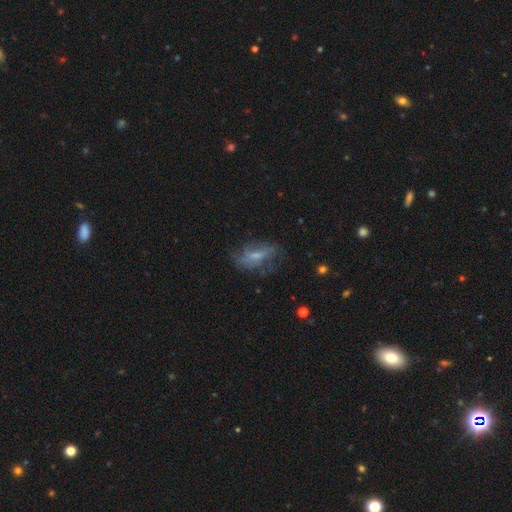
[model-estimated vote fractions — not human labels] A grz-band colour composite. It shows a featured or disk galaxy (58%) with a weak bar (45%), spiral arms (67%) and a small central bulge (42%). Merging: none (53%).